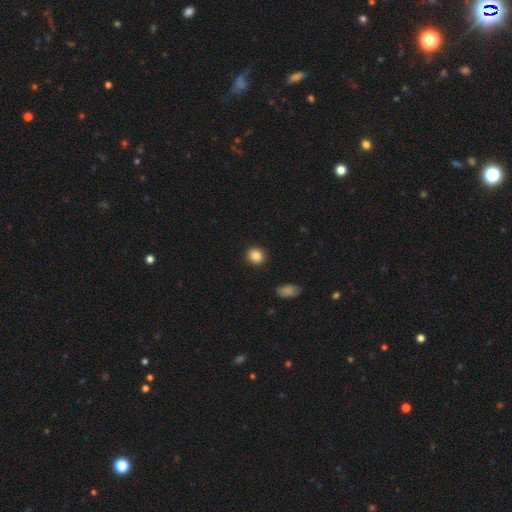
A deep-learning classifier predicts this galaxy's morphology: A smooth galaxy with no disk features (87%) that is round (81%).

Vote fractions:
- Smooth or featured? smooth: 87% / star or artifact: 9% / featured or disk: 4%
- How rounded? round: 81% / in between: 18% / cigar-shaped: 1%
- Merging? none: 91% / minor disturbance: 6% / major disturbance: 2% / merger: 1%